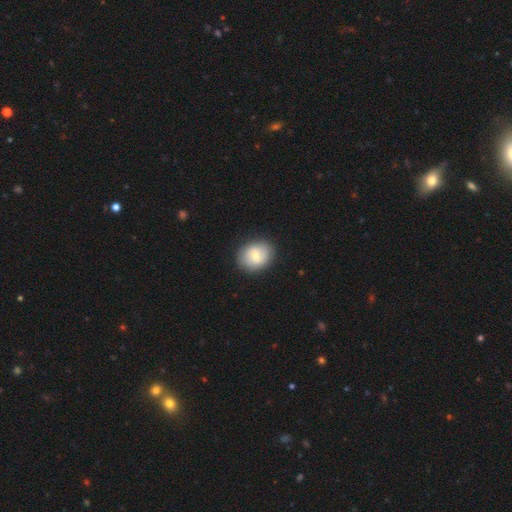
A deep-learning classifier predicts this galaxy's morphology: This is possibly a smooth galaxy (59%). How rounded: possibly round (59%). Merging: clearly none (87%).